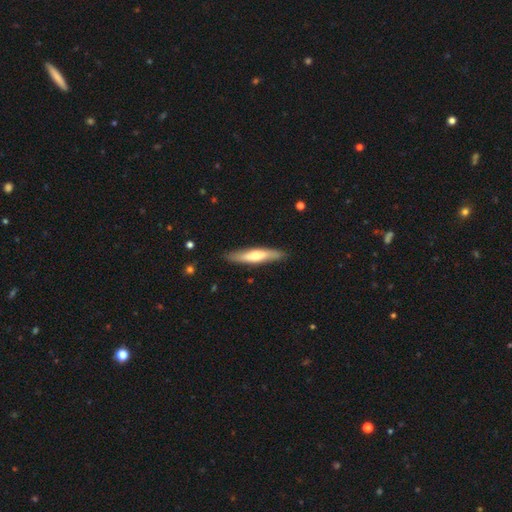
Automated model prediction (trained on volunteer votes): Smooth or featured: smooth — 54% (featured or disk — 41%)
How rounded: cigar-shaped — 83% (in between — 15%)
Merging: none — 88% (minor disturbance — 9%)